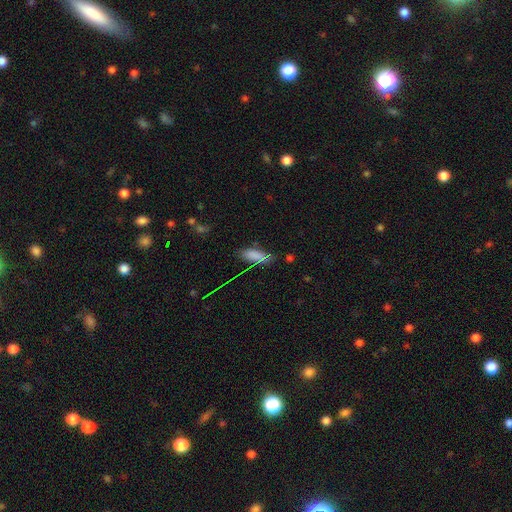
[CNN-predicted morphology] smooth 77%, star or artifact 13%, featured or disk 10%. Down the decision tree: how rounded — in between (67%); merging — none (66%).